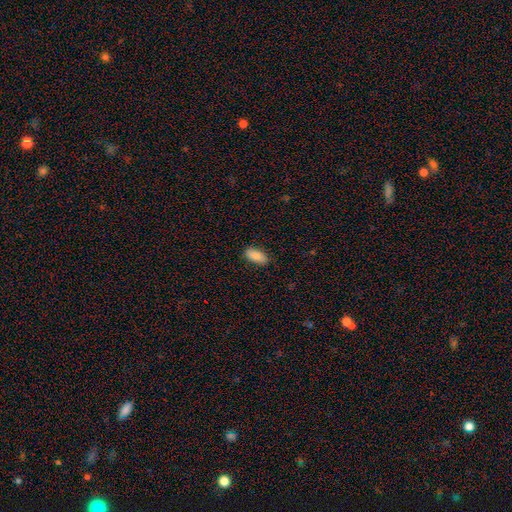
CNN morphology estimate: A smooth galaxy with no disk features (84%) that is in between round and cigar-shaped (89%). Merging: none (85%).